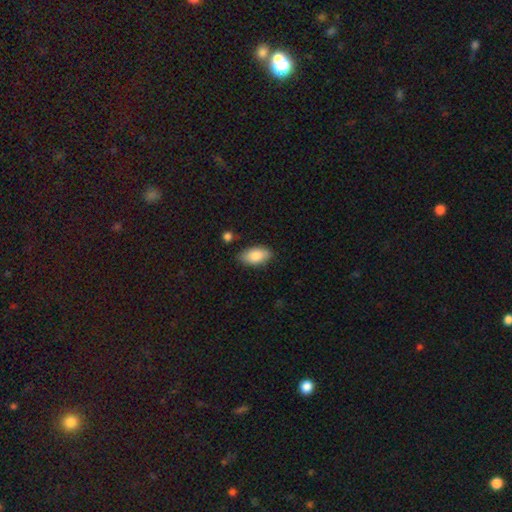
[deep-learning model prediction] A smooth galaxy with no disk features (86%) that is in between round and cigar-shaped (94%). Merging: none (81%).